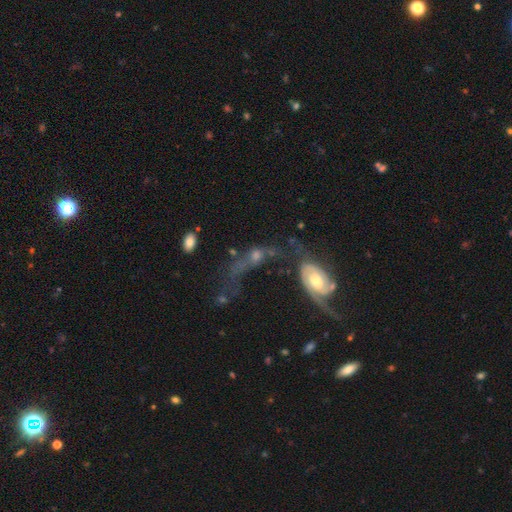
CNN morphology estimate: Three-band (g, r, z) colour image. It shows a featured or disk galaxy (57%). Merging: merger (34%).